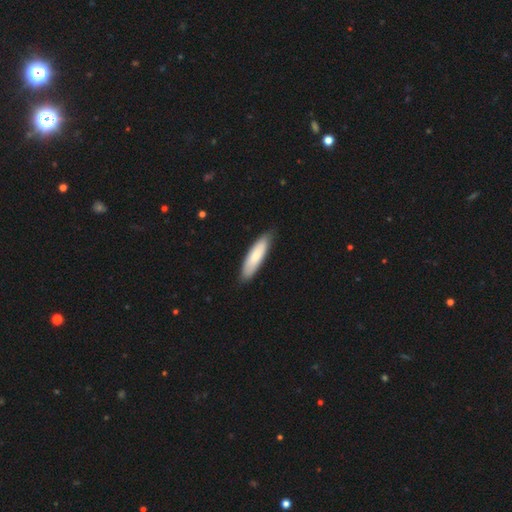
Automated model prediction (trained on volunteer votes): Smooth or featured? Predicted: smooth (p=0.79). How rounded? Predicted: cigar-shaped (p=0.63). Merging? Predicted: none (p=0.84).